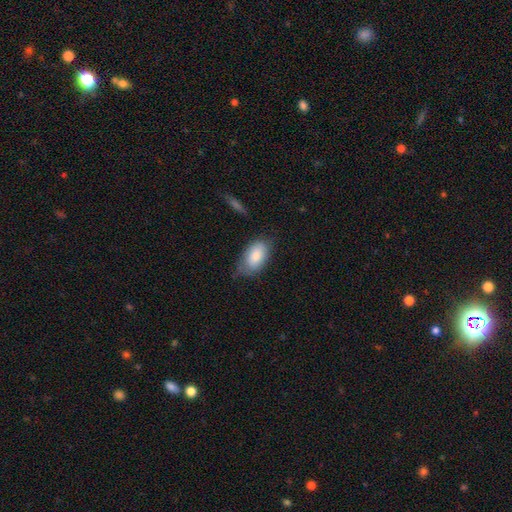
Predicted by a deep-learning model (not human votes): This is clearly a smooth galaxy (83%). How rounded: clearly in between (93%). Merging: likely none (61%).